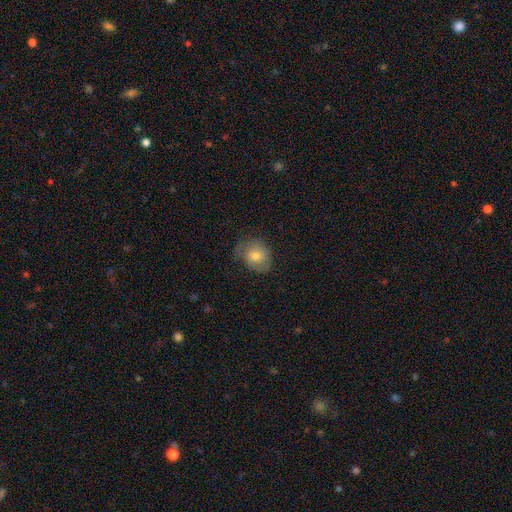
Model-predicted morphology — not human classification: Overall: smooth (57%; featured or disk 34%). How rounded: round (55%; in between 44%). Merging: none (61%; minor disturbance 26%).